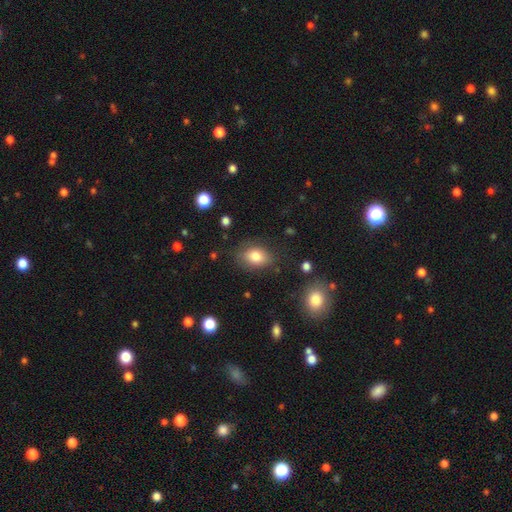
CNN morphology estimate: This appears to be a smooth galaxy with no disk features (80%) that is in between round and cigar-shaped (75%). Merging: none (79%).